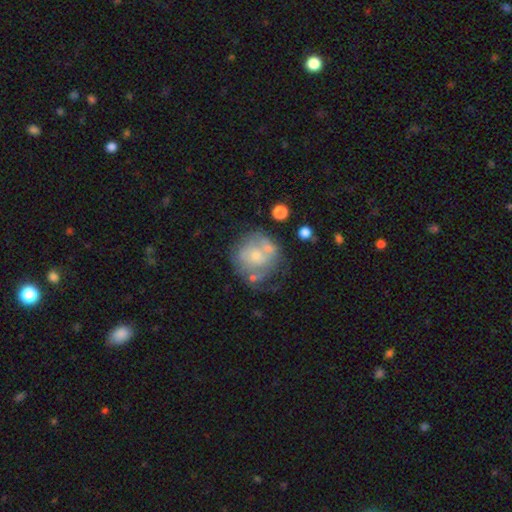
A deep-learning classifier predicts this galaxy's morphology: A featured or disk galaxy (55%) with no bar (82%), no spiral arms (55%) and a small central bulge (59%). Merging: none (43%).